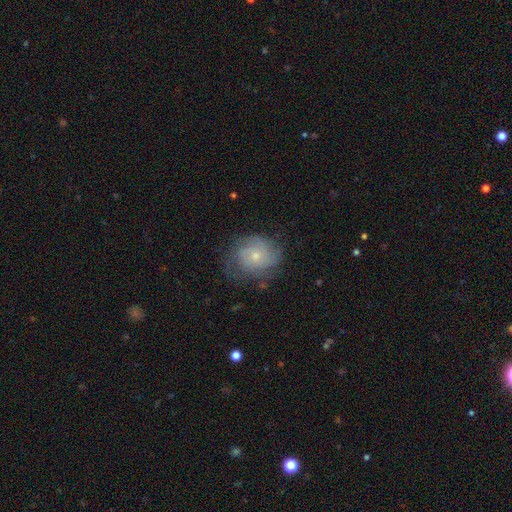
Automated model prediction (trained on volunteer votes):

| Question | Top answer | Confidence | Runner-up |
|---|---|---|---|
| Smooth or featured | featured or disk | 59% | smooth (32%) |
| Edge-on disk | no | 97% | yes (3%) |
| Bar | no | 82% | weak (16%) |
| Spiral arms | yes | 84% | no (16%) |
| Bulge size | small | 64% | moderate (32%) |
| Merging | none | 65% | minor disturbance (23%) |